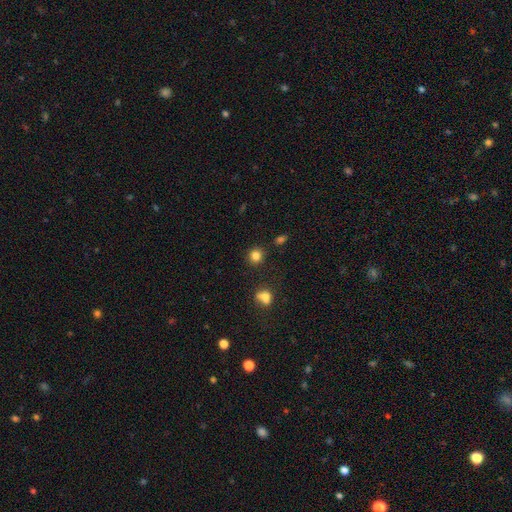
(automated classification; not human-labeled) This is clearly a smooth galaxy (82%). How rounded: clearly round (89%). Merging: clearly none (86%).